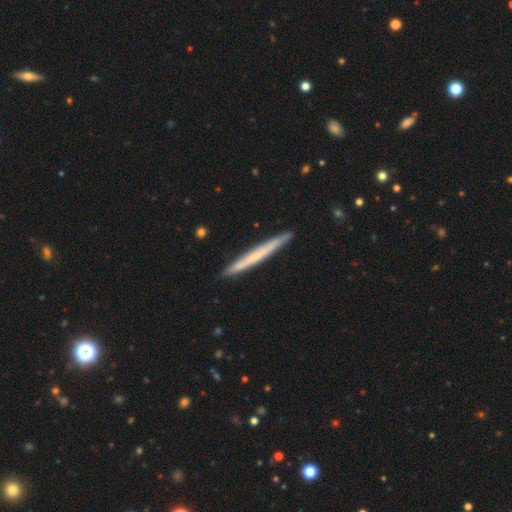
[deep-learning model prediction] Q: Smooth or featured?
A: featured or disk (47%); tied with: smooth (47%)
Q: Merging?
A: none (91%); runner-up: minor disturbance (7%)